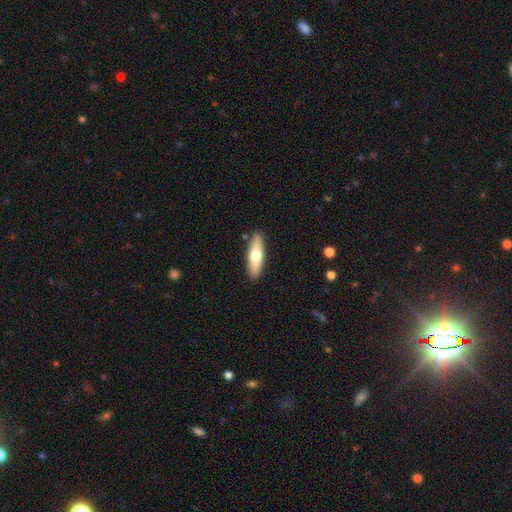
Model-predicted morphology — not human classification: Smooth or featured? Predicted: smooth (p=0.60). How rounded? Predicted: cigar-shaped (p=0.58). Merging? Predicted: none (p=0.89).